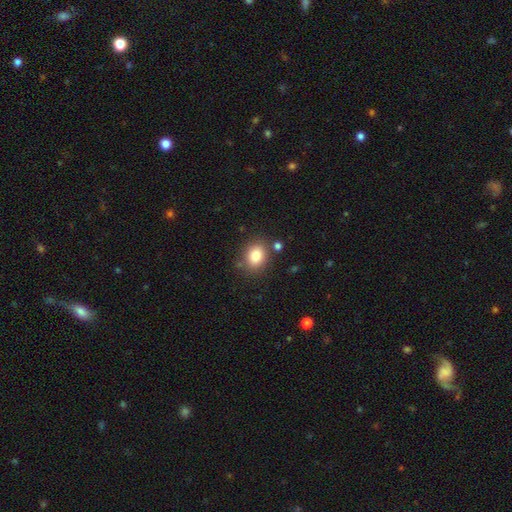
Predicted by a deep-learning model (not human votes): Smooth or featured: smooth — 83% (star or artifact — 10%)
How rounded: round — 52% (in between — 47%)
Merging: none — 81% (minor disturbance — 11%)